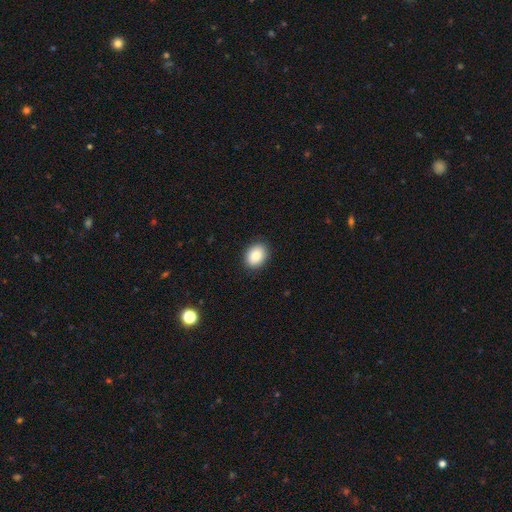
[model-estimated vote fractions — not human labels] Smooth or featured?
  - smooth: 86% *
  - star or artifact: 8%
  - featured or disk: 6%
How rounded?
  - in between: 62% *
  - round: 37%
  - cigar-shaped: 1%
Merging?
  - none: 89% *
  - minor disturbance: 8%
  - major disturbance: 2%
  - merger: 1%